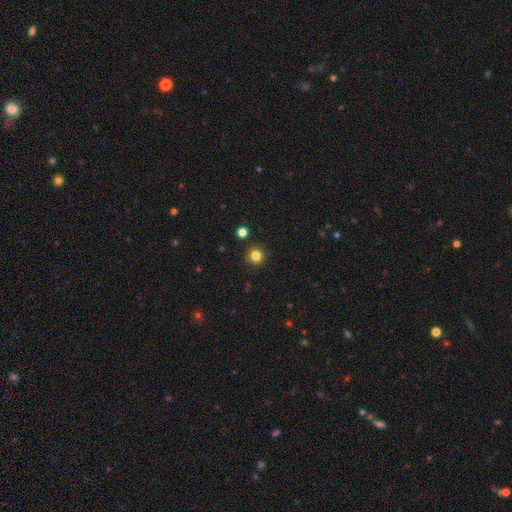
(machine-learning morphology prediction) Smooth or featured?
  - smooth: 82% *
  - star or artifact: 13%
  - featured or disk: 5%
How rounded?
  - round: 94% *
  - in between: 5%
  - cigar-shaped: 1%
Merging?
  - none: 89% *
  - minor disturbance: 7%
  - merger: 2%
  - major disturbance: 2%